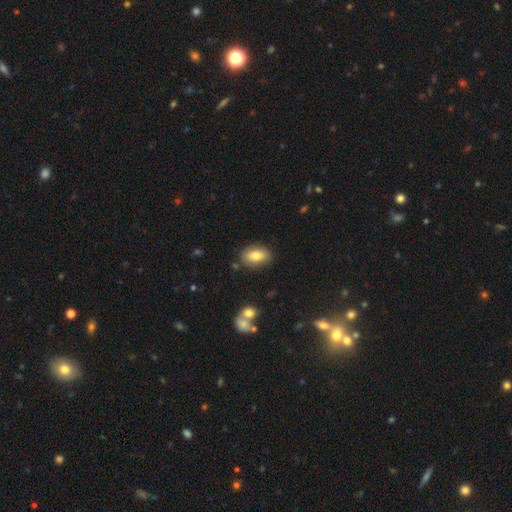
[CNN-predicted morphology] The model was most divided on "smooth or featured": smooth: 78%, featured or disk: 14%, star or artifact: 8%. More confident: how rounded — in between (87%); merging — none (82%).